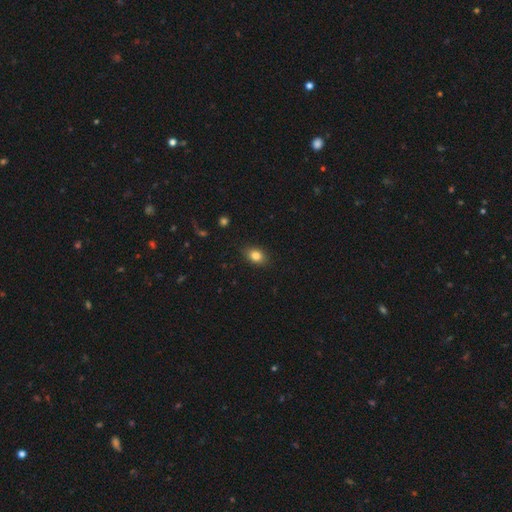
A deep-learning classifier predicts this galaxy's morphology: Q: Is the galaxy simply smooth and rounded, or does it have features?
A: smooth — 83%.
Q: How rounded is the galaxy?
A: in between — 74%.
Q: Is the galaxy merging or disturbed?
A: none — 85%.